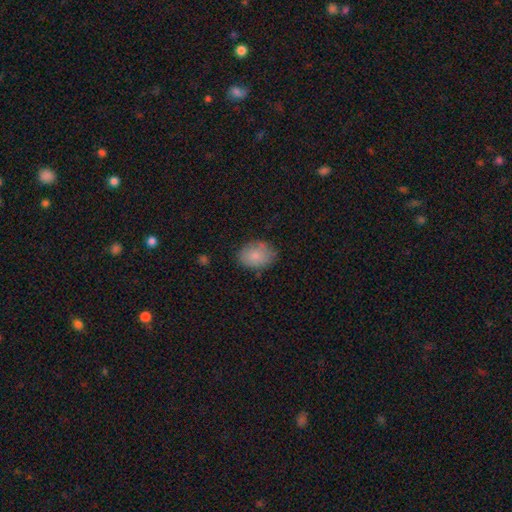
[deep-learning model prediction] smooth 83%, featured or disk 10%, star or artifact 7%. Down the decision tree: how rounded — in between (72%); merging — none (74%).